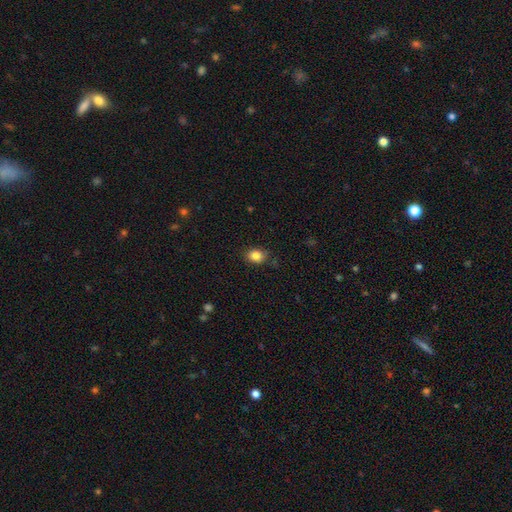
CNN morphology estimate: smooth-or-featured: smooth: 85% | star or artifact: 10% | featured or disk: 6%
  how-rounded: in between: 60% | round: 39% | cigar-shaped: 1%
  merging: none: 81% | minor disturbance: 15% | major disturbance: 3% | merger: 1%